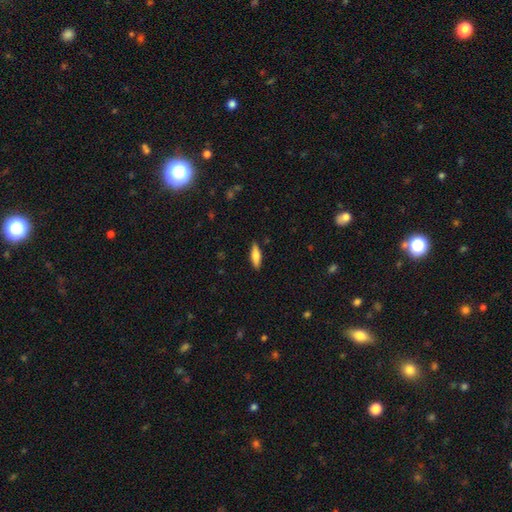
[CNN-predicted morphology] A smooth galaxy with no disk features (73%) that is in between round and cigar-shaped (50%). Merging: none (86%).